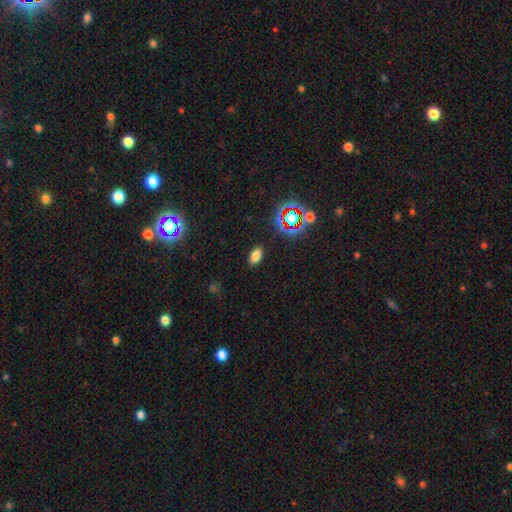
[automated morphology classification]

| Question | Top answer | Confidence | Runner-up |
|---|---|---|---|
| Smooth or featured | smooth | 75% | star or artifact (18%) |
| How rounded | in between | 90% | round (8%) |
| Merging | none | 88% | minor disturbance (8%) |